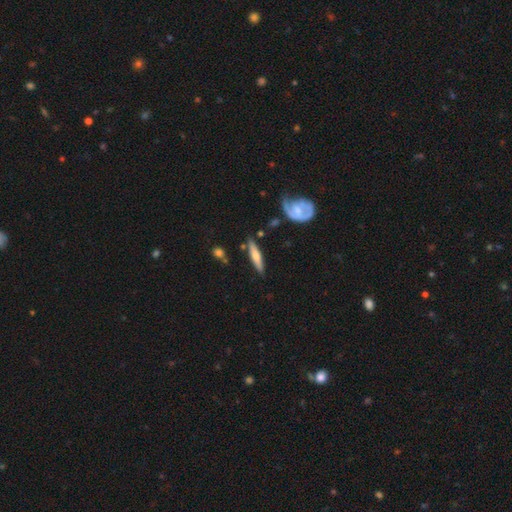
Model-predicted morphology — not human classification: A featured or disk galaxy (49%).

Vote fractions:
- Smooth or featured? featured or disk: 49% / smooth: 46% / star or artifact: 6%
- Merging? none: 80% / minor disturbance: 12% / merger: 4% / major disturbance: 3%